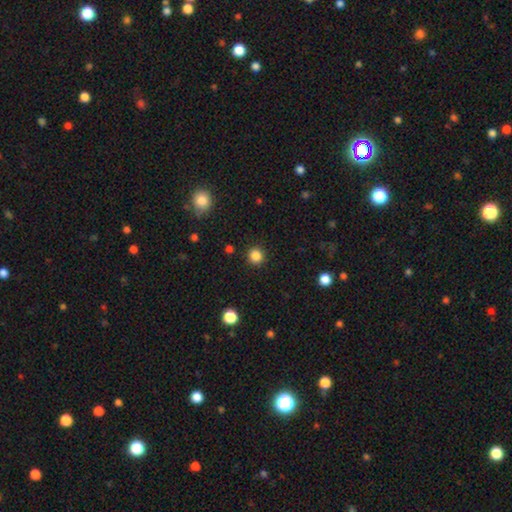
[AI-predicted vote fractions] Morphology: type=smooth (85%); roundness=round (94%); merging=none (92%).